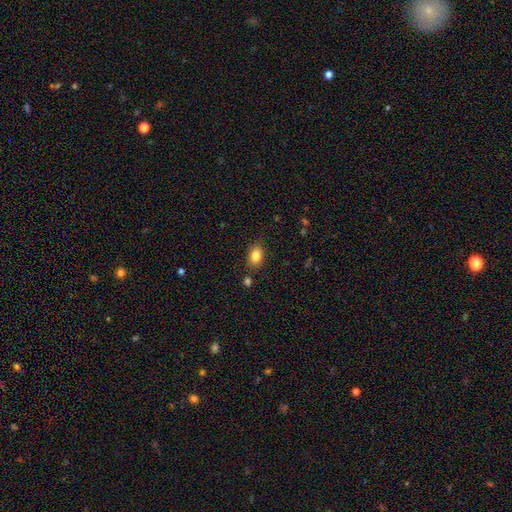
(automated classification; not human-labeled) This is clearly a smooth galaxy (84%). How rounded: likely in between (80%). Merging: clearly none (82%).